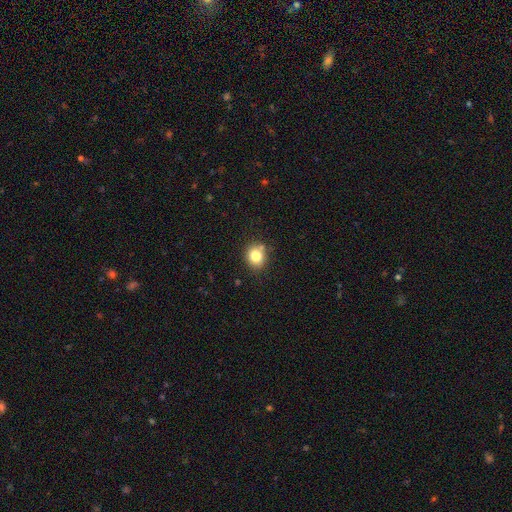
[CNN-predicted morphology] Smooth or featured: smooth — 80% (star or artifact — 11%)
How rounded: round — 73% (in between — 26%)
Merging: none — 77% (minor disturbance — 13%)